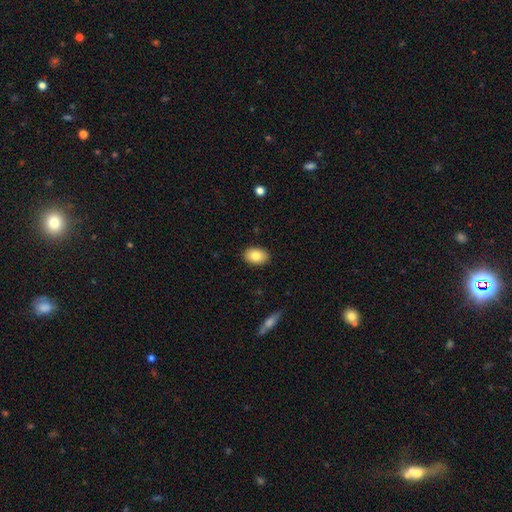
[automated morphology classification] Q: Smooth or featured?
A: smooth (84%); runner-up: featured or disk (9%)
Q: How rounded?
A: in between (85%); runner-up: round (13%)
Q: Merging?
A: none (90%); runner-up: minor disturbance (8%)